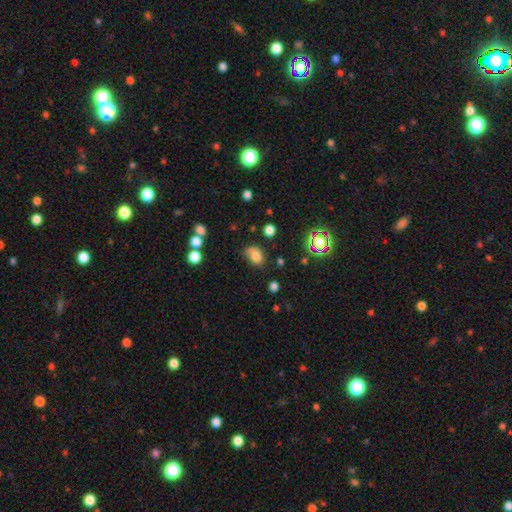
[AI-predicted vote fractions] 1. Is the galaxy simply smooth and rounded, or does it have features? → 73% smooth, 14% star or artifact, 12% featured or disk.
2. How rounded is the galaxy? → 60% in between, 38% round, 1% cigar-shaped.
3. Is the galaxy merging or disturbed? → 41% none, 34% minor disturbance, 18% major disturbance, 7% merger.